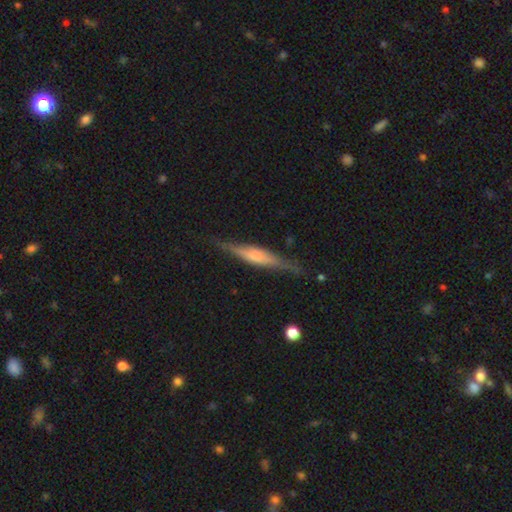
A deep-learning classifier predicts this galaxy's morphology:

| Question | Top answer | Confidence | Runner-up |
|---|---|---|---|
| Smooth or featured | featured or disk | 63% | smooth (31%) |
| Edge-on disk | yes | 96% | no (4%) |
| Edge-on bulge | rounded | 45% | boxy (40%) |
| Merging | none | 82% | minor disturbance (13%) |